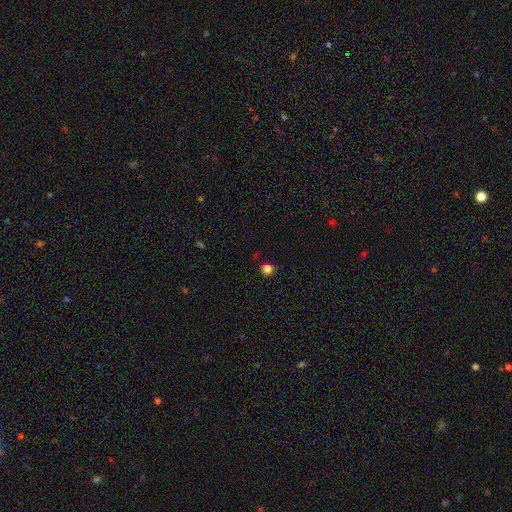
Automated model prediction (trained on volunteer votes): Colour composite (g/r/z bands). It shows a smooth galaxy with no disk features (79%) that is round (91%). Merging: none (87%).